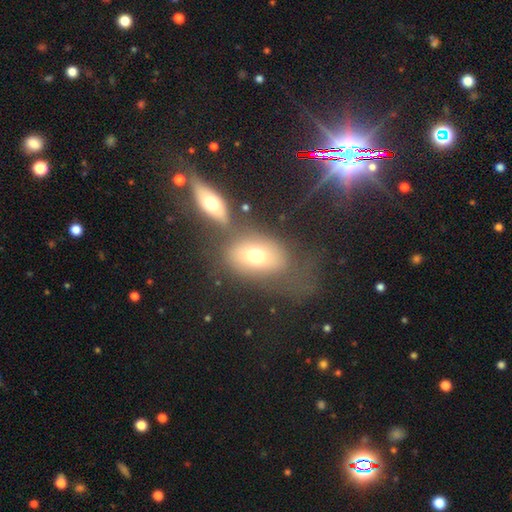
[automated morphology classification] This is likely a smooth galaxy (63%). How rounded: clearly in between (81%). Merging: marginally none (43%).